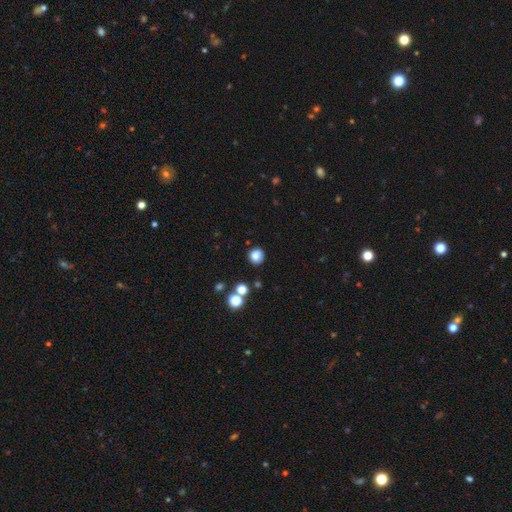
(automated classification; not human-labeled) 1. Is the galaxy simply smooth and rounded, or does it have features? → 81% smooth, 13% star or artifact, 6% featured or disk.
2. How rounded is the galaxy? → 91% round, 8% in between, 1% cigar-shaped.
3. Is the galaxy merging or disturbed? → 85% none, 9% minor disturbance, 4% merger, 3% major disturbance.